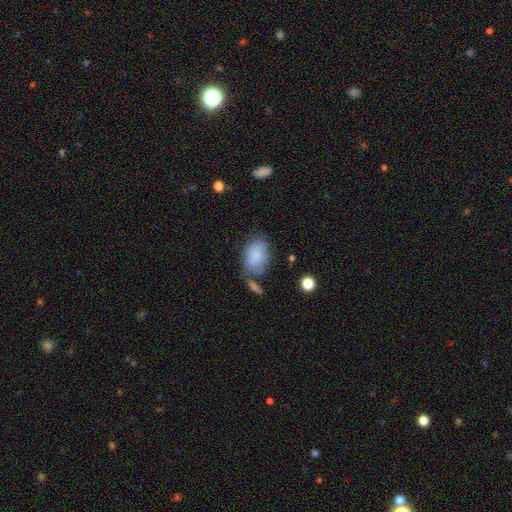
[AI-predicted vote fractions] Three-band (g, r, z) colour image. It shows a smooth galaxy with no disk features (84%) that is in between round and cigar-shaped (82%). Merging: none (56%).